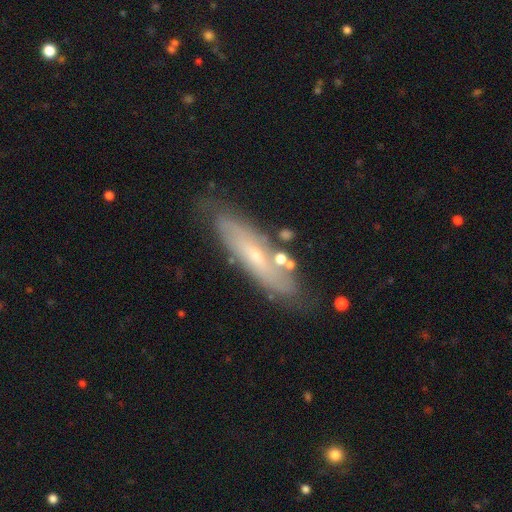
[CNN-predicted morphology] This appears to be a featured or disk galaxy (63%). Merging: none (72%).